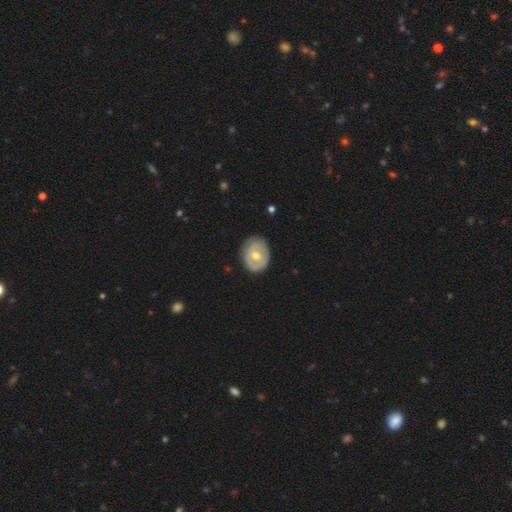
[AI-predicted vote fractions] A featured or disk galaxy (50%).

Vote fractions:
- Smooth or featured? featured or disk: 50% / smooth: 44% / star or artifact: 6%
- Edge-on disk? no: 94% / yes: 6%
- Merging? none: 79% / minor disturbance: 16% / major disturbance: 3% / merger: 1%